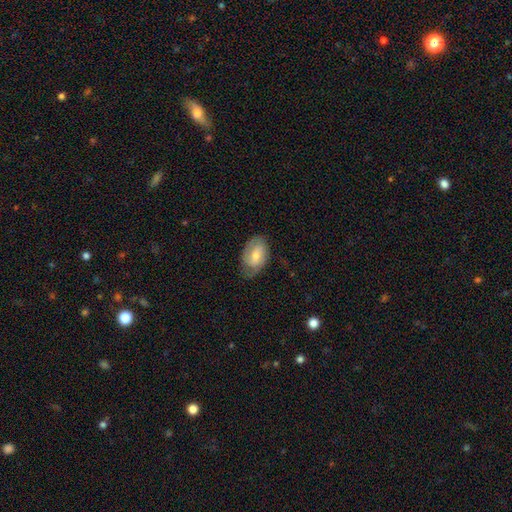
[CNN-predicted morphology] A featured or disk galaxy (53%).

Vote fractions:
- Smooth or featured? featured or disk: 53% / smooth: 40% / star or artifact: 7%
- Edge-on disk? no: 94% / yes: 6%
- Merging? none: 70% / minor disturbance: 22% / major disturbance: 7% / merger: 1%